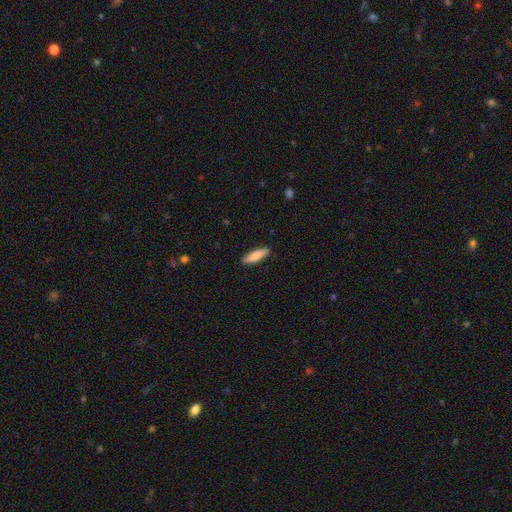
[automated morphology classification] Smooth or featured?
  - smooth: 82% *
  - featured or disk: 12%
  - star or artifact: 5%
How rounded?
  - cigar-shaped: 60% *
  - in between: 38%
  - round: 2%
Merging?
  - none: 89% *
  - minor disturbance: 8%
  - major disturbance: 2%
  - merger: 1%